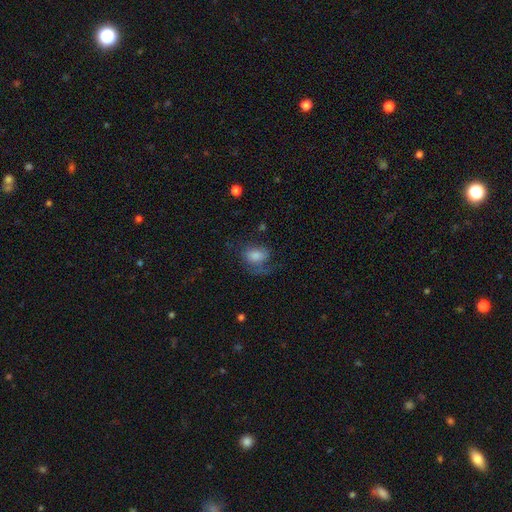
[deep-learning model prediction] Morphology: type=smooth (67%); roundness=in between (82%); merging=none (39%).